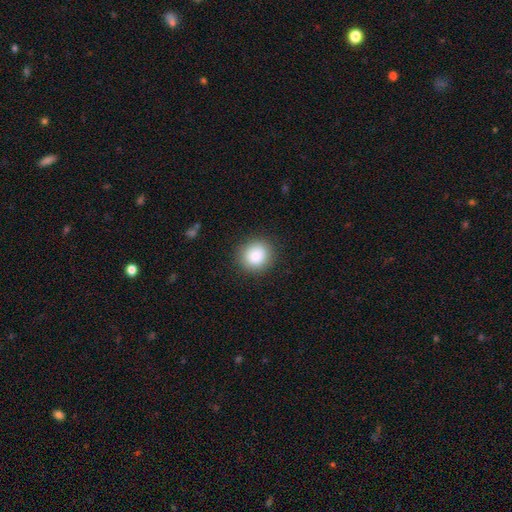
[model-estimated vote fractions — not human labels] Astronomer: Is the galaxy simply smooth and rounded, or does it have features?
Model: smooth — 87%.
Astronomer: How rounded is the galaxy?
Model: round — 87%.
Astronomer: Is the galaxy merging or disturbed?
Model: none — 89%.